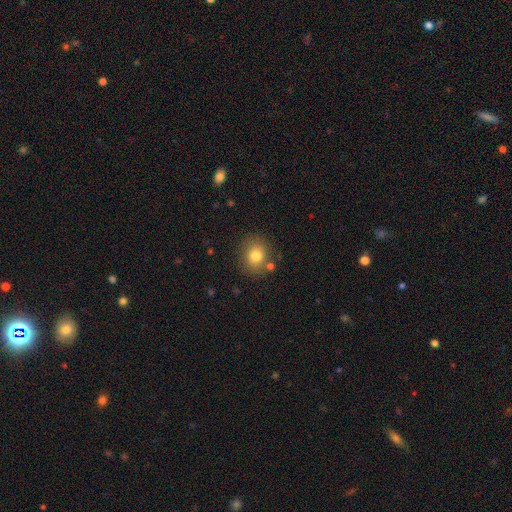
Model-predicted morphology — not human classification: type=smooth (79%); roundness=round (71%); merging=none (80%).